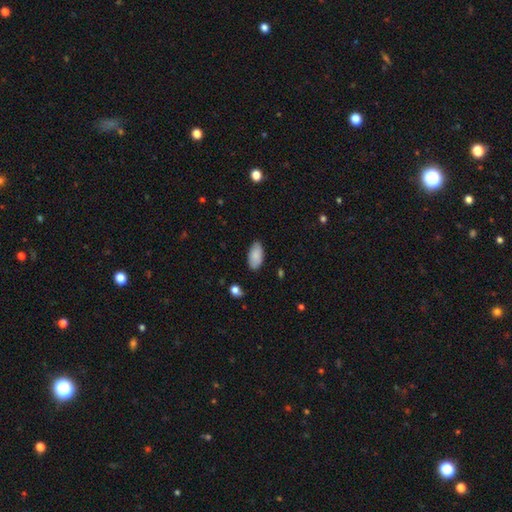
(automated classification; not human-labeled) Smooth or featured? Predicted: smooth (p=0.86). How rounded? Predicted: in between (p=0.95). Merging? Predicted: none (p=0.83).